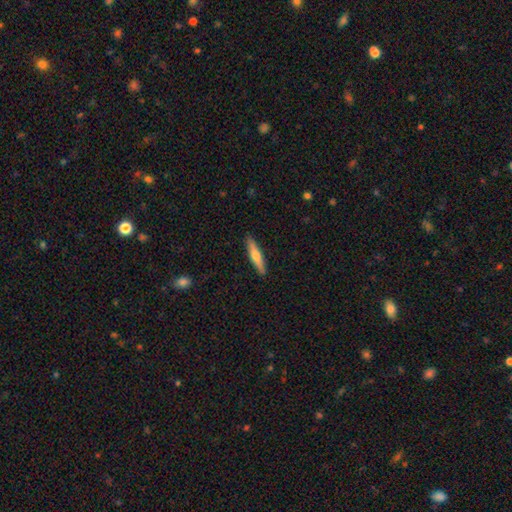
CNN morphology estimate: Overall: smooth (56%; featured or disk 38%). How rounded: cigar-shaped (87%). Merging: none (91%).